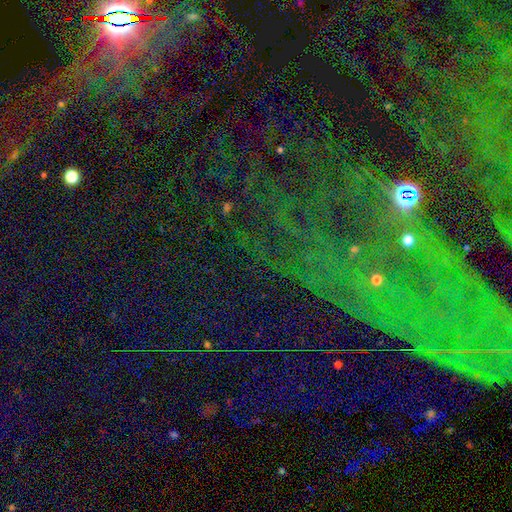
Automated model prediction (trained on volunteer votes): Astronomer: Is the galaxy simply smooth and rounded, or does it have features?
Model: star or artifact — 75%.